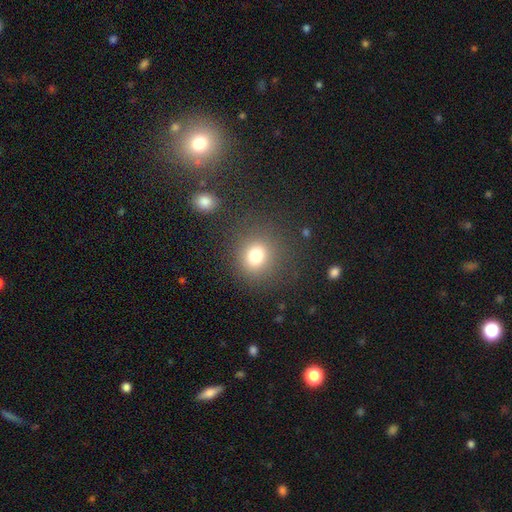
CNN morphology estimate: A smooth galaxy with no disk features (78%) that is round (80%). Merging: none (81%).